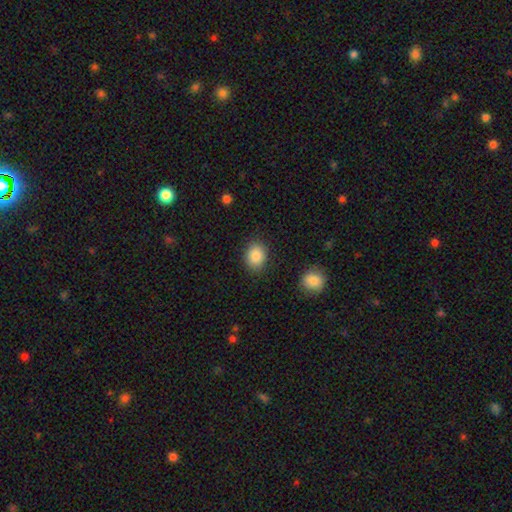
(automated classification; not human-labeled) A smooth galaxy with no disk features (87%) that is in between round and cigar-shaped (54%). Merging: none (85%).